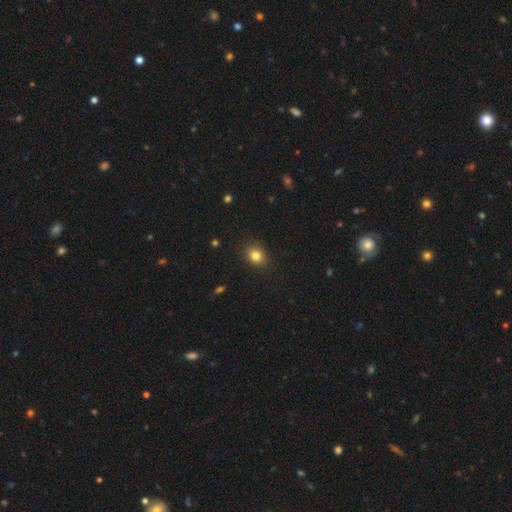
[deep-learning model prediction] This is clearly a smooth galaxy (82%). How rounded: possibly round (58%). Merging: clearly none (87%).